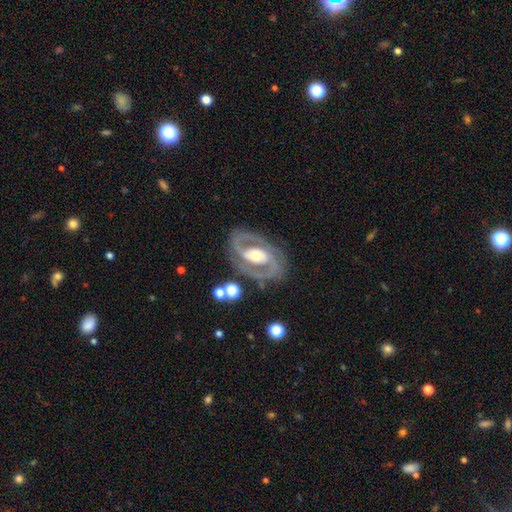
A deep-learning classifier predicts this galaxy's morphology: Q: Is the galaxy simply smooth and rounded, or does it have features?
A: featured or disk — 90%.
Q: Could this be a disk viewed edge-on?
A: no — 97%.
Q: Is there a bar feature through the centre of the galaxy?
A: weak — 34%.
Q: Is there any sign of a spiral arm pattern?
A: yes — 94%.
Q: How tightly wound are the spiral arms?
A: medium — 52%.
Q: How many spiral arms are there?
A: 2 — 92%.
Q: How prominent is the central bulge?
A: moderate — 69%.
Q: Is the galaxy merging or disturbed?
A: none — 82%.